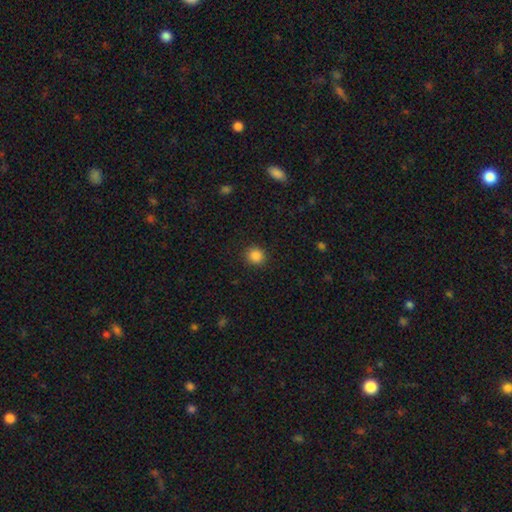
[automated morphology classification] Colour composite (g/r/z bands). It shows a smooth galaxy with no disk features (86%) that is round (89%). Merging: none (90%).